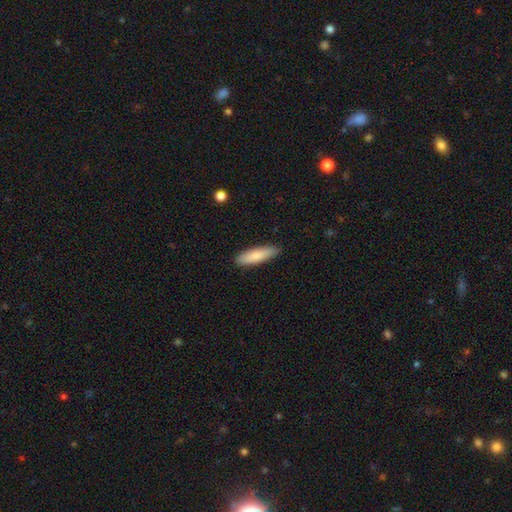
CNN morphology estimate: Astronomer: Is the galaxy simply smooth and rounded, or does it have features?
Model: smooth — 83%.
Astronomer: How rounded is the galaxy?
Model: cigar-shaped — 64%.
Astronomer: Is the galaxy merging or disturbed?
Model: none — 89%.